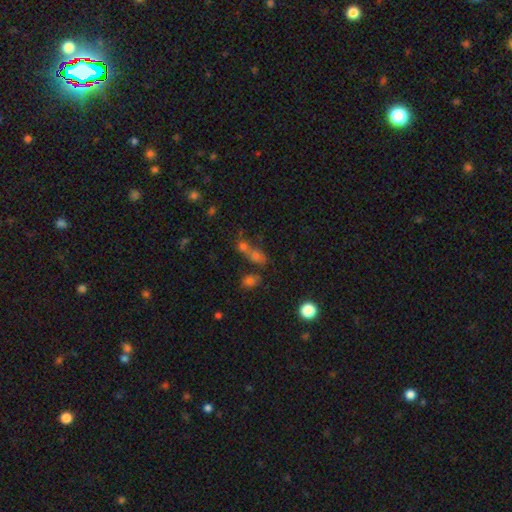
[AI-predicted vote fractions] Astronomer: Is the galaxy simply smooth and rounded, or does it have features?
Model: smooth — 52% (runner-up: star or artifact, 33%).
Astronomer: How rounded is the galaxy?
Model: in between — 59%.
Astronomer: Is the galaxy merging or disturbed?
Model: merger — 43% (runner-up: none, 39%).